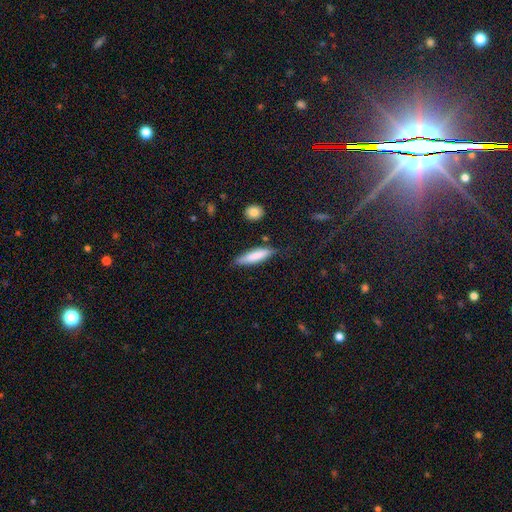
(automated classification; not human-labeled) A smooth galaxy with no disk features (79%) that is cigar-shaped (75%).

Vote fractions:
- Smooth or featured? smooth: 79% / featured or disk: 15% / star or artifact: 6%
- How rounded? cigar-shaped: 75% / in between: 24% / round: 2%
- Merging? none: 79% / minor disturbance: 15% / major disturbance: 3% / merger: 2%